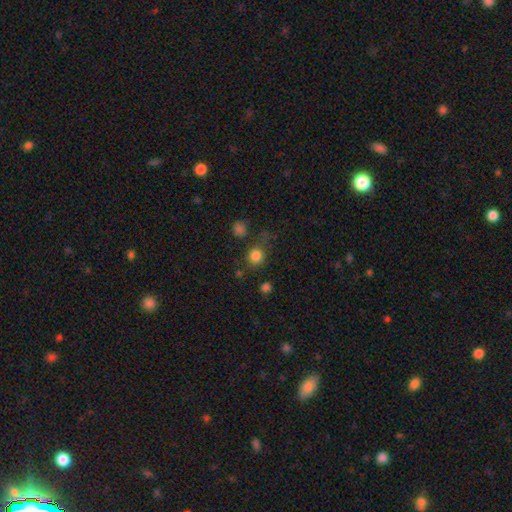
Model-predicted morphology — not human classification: Smooth or featured?
  - smooth: 81% *
  - star or artifact: 14%
  - featured or disk: 5%
How rounded?
  - round: 88% *
  - in between: 11%
  - cigar-shaped: 1%
Merging?
  - none: 72% *
  - minor disturbance: 13%
  - merger: 8%
  - major disturbance: 7%